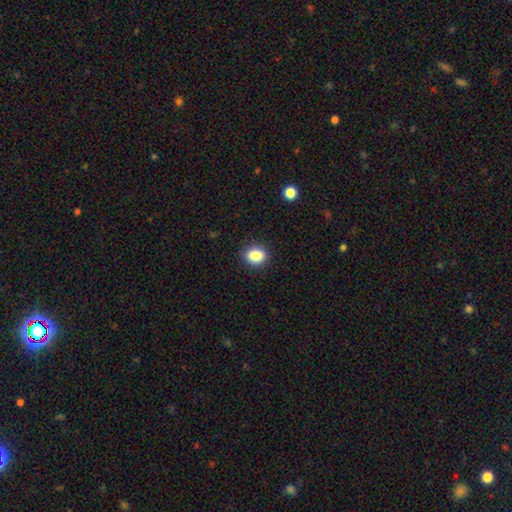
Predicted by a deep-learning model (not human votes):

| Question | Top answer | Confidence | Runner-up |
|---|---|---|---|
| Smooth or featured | smooth | 86% | star or artifact (9%) |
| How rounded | in between | 64% | round (35%) |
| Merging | none | 87% | minor disturbance (10%) |